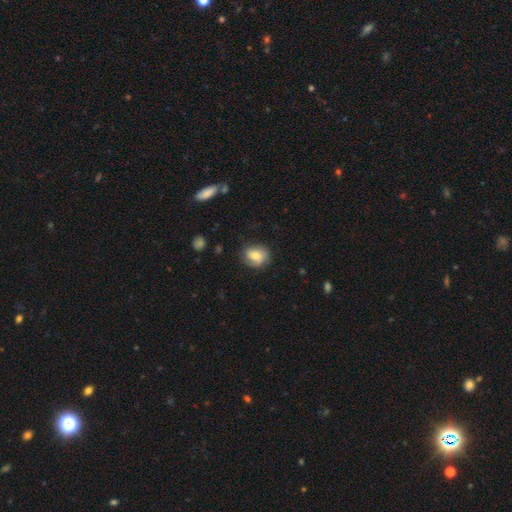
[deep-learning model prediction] This appears to be a smooth galaxy with no disk features (68%) that is round (58%). Merging: none (70%).